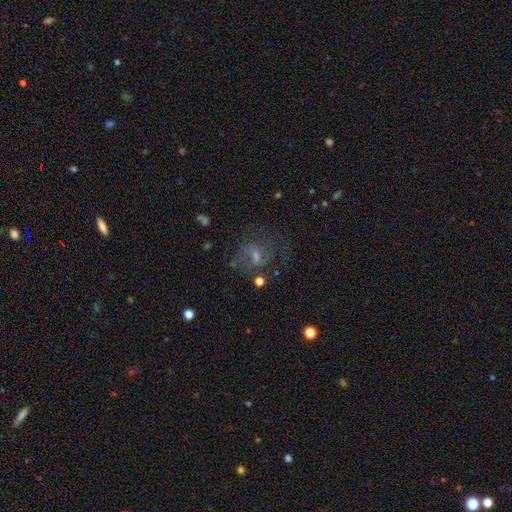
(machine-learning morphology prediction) featured or disk 54%, smooth 27%, star or artifact 19%. Down the decision tree: edge-on disk — no (96%); bar — weak (50%); spiral arms — yes (65%); bulge size — small (43%); merging — none (54%).